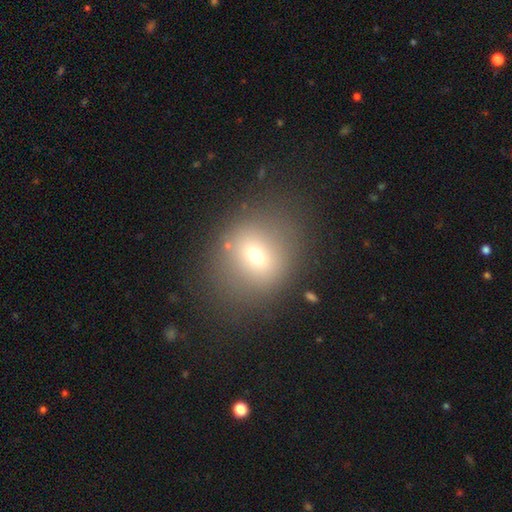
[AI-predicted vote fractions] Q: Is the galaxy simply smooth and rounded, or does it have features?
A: smooth — 67%.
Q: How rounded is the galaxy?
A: round — 66%.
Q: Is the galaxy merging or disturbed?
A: none — 78%.